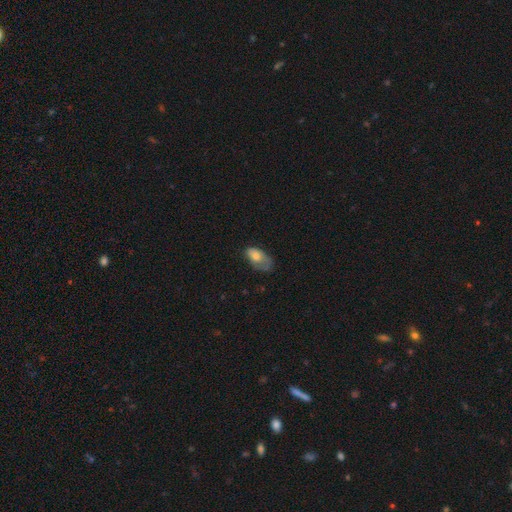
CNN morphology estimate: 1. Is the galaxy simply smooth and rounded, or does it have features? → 66% smooth, 26% featured or disk, 8% star or artifact.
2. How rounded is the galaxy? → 91% in between, 6% round, 2% cigar-shaped.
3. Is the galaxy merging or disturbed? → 34% minor disturbance, 32% major disturbance, 31% none, 3% merger.